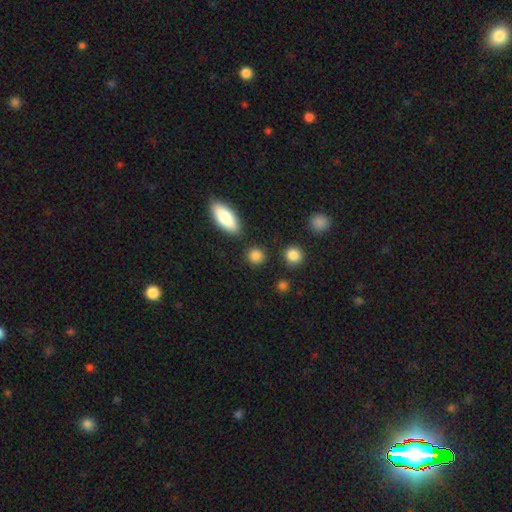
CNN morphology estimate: Smooth or featured? Predicted: smooth (p=0.86). How rounded? Predicted: round (p=0.81). Merging? Predicted: none (p=0.84).